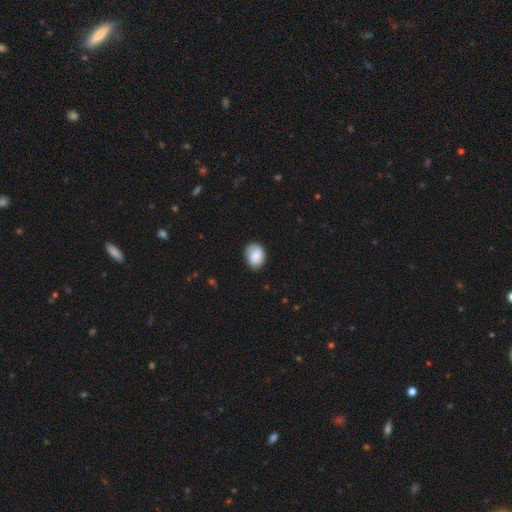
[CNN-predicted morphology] smooth-or-featured: smooth: 81% | featured or disk: 12% | star or artifact: 7%
  how-rounded: in between: 55% | round: 44% | cigar-shaped: 1%
  merging: none: 79% | minor disturbance: 17% | major disturbance: 4% | merger: 1%